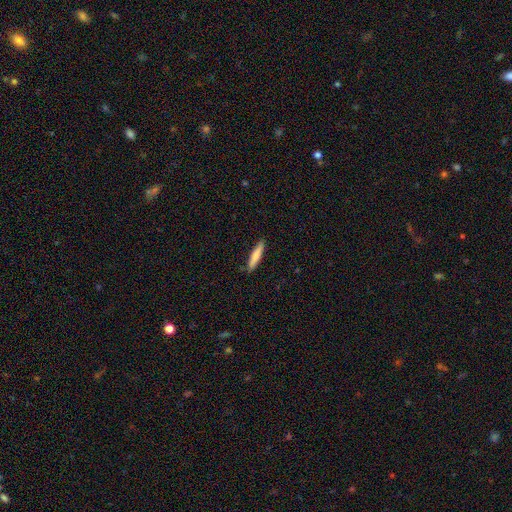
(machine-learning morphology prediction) Smooth or featured? Predicted: smooth (p=0.76). How rounded? Predicted: cigar-shaped (p=0.89). Merging? Predicted: none (p=0.88).